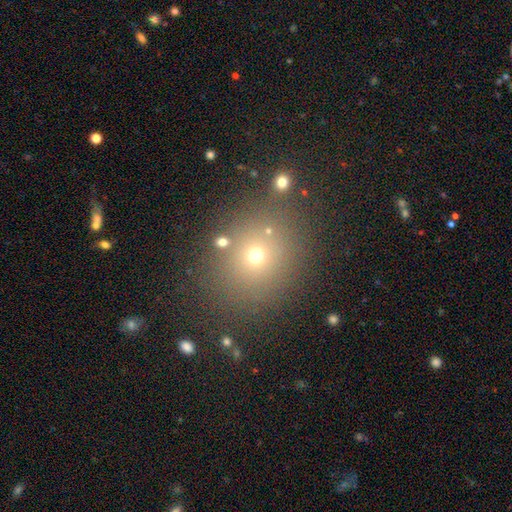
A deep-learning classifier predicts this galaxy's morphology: smooth 61%, star or artifact 27%, featured or disk 11%. Down the decision tree: how rounded — round (75%); merging — none (82%).